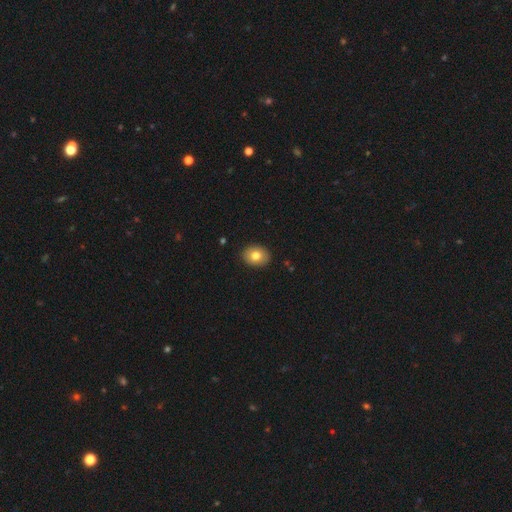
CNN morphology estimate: Smooth or featured? smooth (78%)
How rounded? in between (59%)
Merging? none (90%)